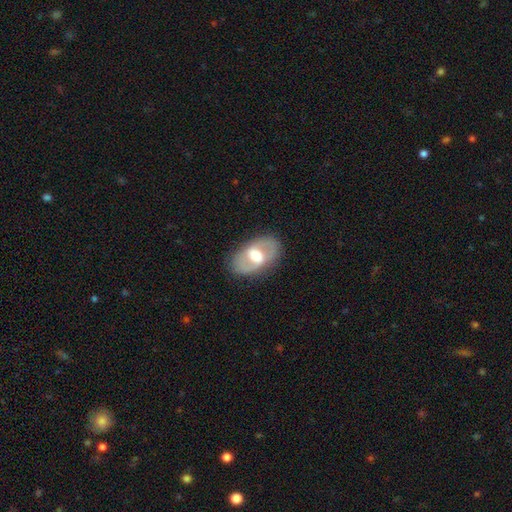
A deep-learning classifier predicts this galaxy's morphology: smooth-or-featured: featured or disk: 62% | smooth: 32% | star or artifact: 6%
  disk-edge-on: no: 92% | yes: 8%
    bar: weak: 44% | strong: 35% | no: 21%
    has-spiral-arms: yes: 52% | no: 48%
    bulge-size: moderate: 57% | large: 29% | small: 10% | dominant: 2% | none: 2%
  merging: none: 82% | minor disturbance: 12% | major disturbance: 5% | merger: 1%